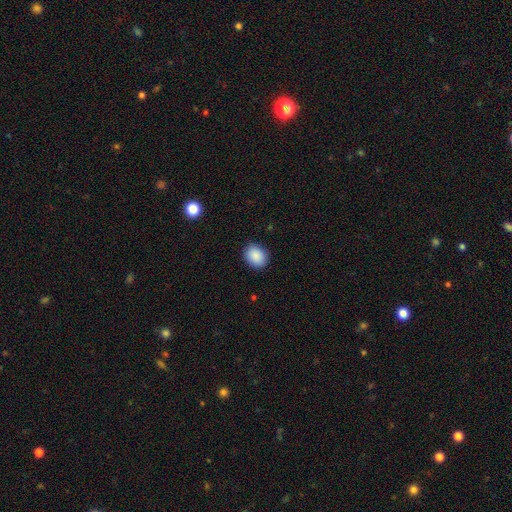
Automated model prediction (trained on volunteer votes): smooth-or-featured: smooth: 89% | star or artifact: 7% | featured or disk: 4%
  how-rounded: in between: 58% | round: 41% | cigar-shaped: 1%
  merging: none: 87% | minor disturbance: 10% | major disturbance: 2% | merger: 1%